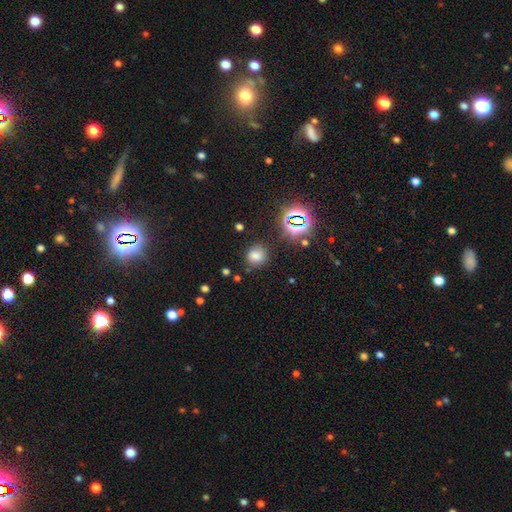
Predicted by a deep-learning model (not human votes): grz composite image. It shows a smooth galaxy with no disk features (69%) that is round (76%). Merging: none (77%).